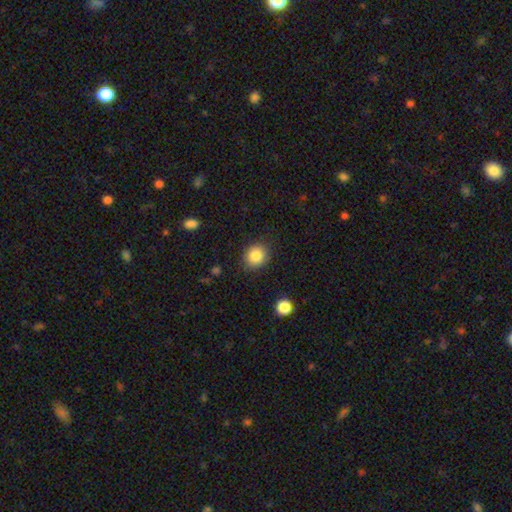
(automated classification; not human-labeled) Morphology: type=smooth (85%); roundness=round (69%); merging=none (86%).